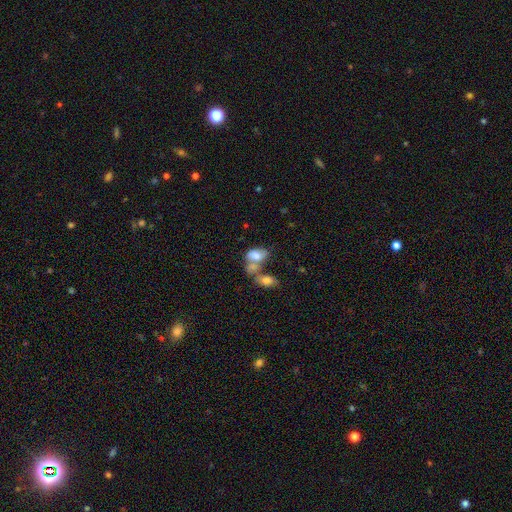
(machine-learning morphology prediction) This appears to be a smooth galaxy with no disk features (71%) that is in between round and cigar-shaped (88%). Merging: merger (59%).